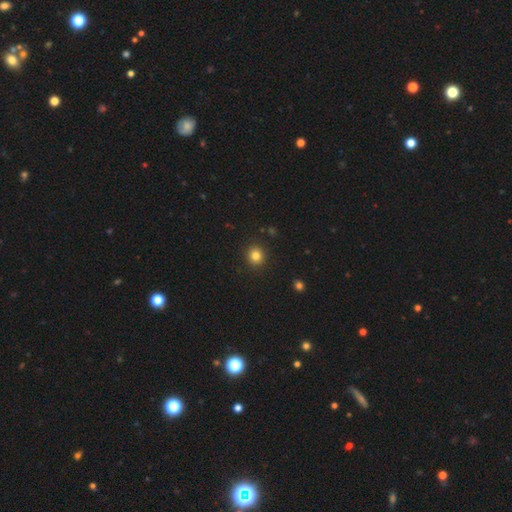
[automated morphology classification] This is clearly a smooth galaxy (83%). How rounded: clearly round (89%). Merging: clearly none (91%).